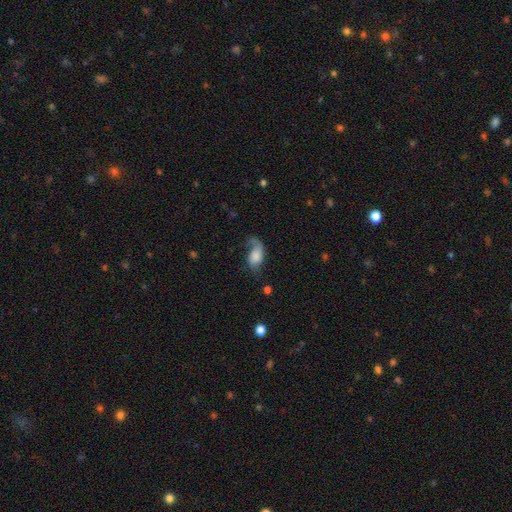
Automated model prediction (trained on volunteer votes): The model was most divided on "merging": none: 36%, major disturbance: 34%, minor disturbance: 26%, merger: 5%. More confident: how rounded — in between (89%); smooth or featured — smooth (51%).